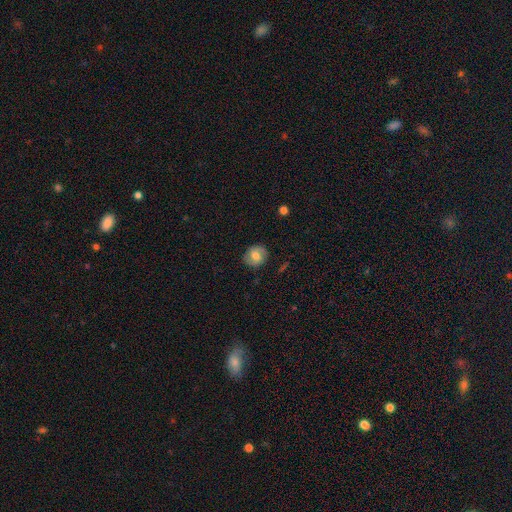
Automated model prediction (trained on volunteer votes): Overall: smooth (58%; featured or disk 33%). How rounded: round (69%; in between 30%). Merging: none (82%).